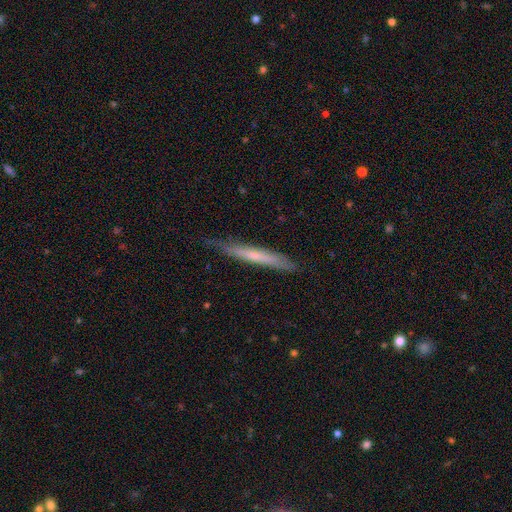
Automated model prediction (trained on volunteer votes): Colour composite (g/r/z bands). It shows a smooth galaxy with no disk features (48%). Merging: none (76%).